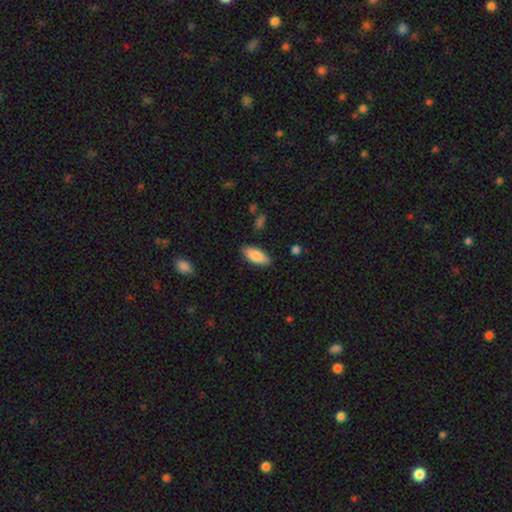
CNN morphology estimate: Smooth or featured? Predicted: smooth (p=0.87). How rounded? Predicted: in between (p=0.84). Merging? Predicted: none (p=0.84).